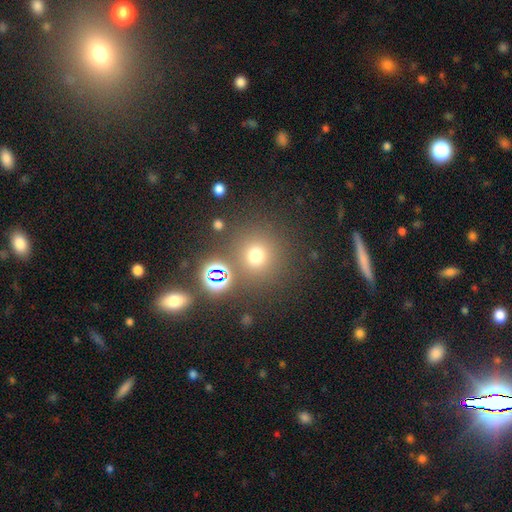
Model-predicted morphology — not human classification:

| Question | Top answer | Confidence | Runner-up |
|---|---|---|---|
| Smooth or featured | smooth | 68% | star or artifact (24%) |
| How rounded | round | 91% | in between (8%) |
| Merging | none | 80% | minor disturbance (8%) |